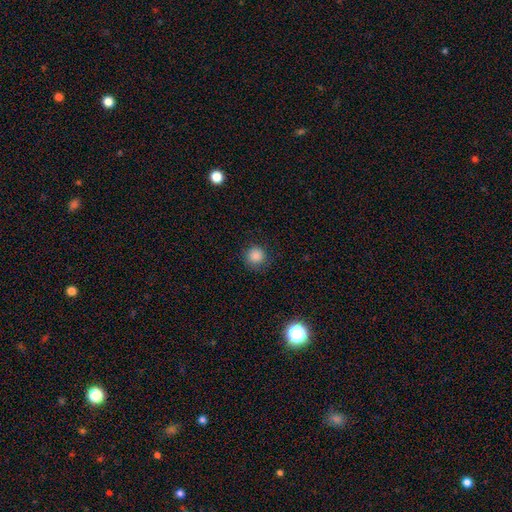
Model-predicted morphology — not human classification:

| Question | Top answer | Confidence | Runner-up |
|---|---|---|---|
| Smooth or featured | smooth | 85% | star or artifact (11%) |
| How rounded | round | 93% | in between (6%) |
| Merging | none | 85% | minor disturbance (10%) |